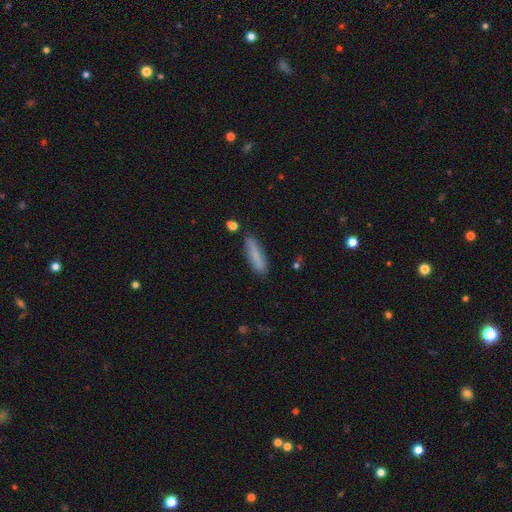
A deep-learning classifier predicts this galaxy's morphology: smooth_or_featured: smooth (p=0.77) [alt: featured or disk p=0.17]
how_rounded: cigar-shaped (p=0.70) [alt: in between p=0.28]
merging: none (p=0.81) [alt: minor disturbance p=0.13]